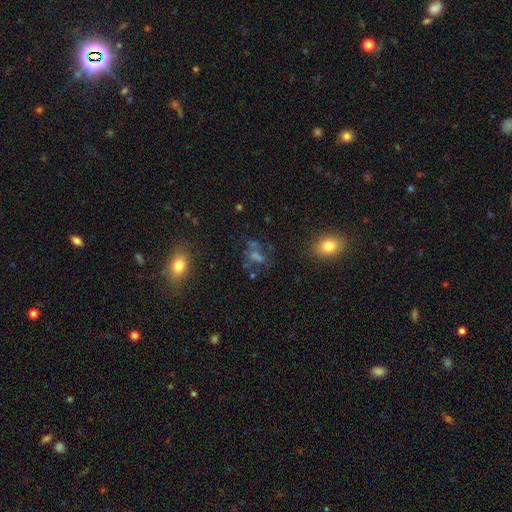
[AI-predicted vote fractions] smooth_or_featured: smooth (p=0.37) [alt: star or artifact p=0.33]
merging: none (p=0.59) [alt: minor disturbance p=0.16]